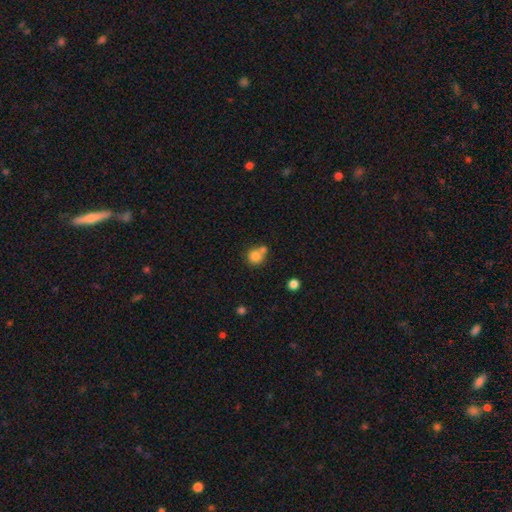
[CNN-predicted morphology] Smooth or featured: smooth — 80% (star or artifact — 11%)
How rounded: round — 88% (in between — 11%)
Merging: none — 49% (merger — 37%)